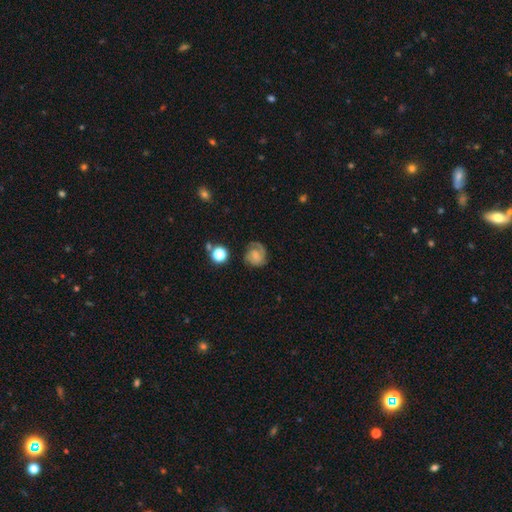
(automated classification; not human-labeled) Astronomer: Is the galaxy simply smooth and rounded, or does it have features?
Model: featured or disk — 56% (runner-up: smooth, 34%).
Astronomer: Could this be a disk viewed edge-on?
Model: no — 98%.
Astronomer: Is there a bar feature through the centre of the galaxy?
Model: no — 61%.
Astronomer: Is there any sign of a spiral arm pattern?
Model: yes — 90%.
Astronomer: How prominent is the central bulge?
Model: small — 37% (runner-up: none, 35%).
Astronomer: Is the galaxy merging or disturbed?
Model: none — 65%.